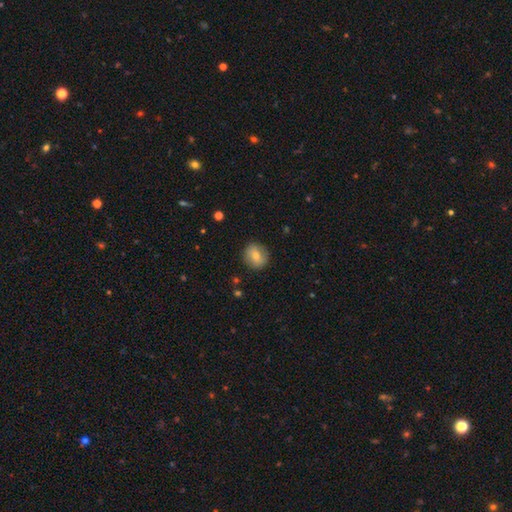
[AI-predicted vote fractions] The model was most divided on "smooth or featured": smooth: 65%, featured or disk: 26%, star or artifact: 9%. More confident: merging — none (87%); how rounded — round (81%).